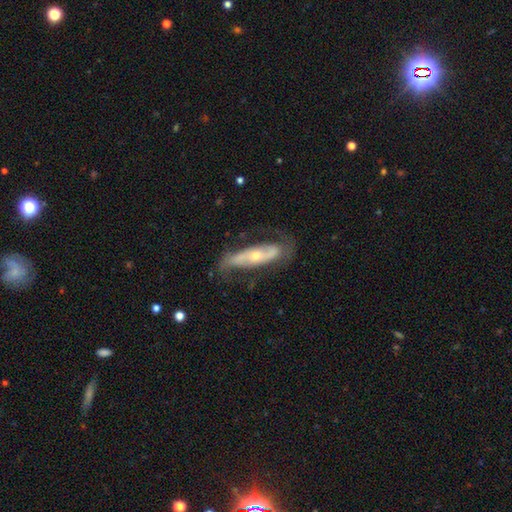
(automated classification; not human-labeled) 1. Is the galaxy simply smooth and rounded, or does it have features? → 73% featured or disk, 21% smooth, 6% star or artifact.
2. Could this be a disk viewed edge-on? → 71% no, 29% yes.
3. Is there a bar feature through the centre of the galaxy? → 58% no, 24% strong, 18% weak.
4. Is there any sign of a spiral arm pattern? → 75% yes, 25% no.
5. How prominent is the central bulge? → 51% small, 44% moderate, 2% large, 1% none, 1% dominant.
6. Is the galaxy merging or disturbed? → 63% none, 21% minor disturbance, 13% major disturbance, 2% merger.